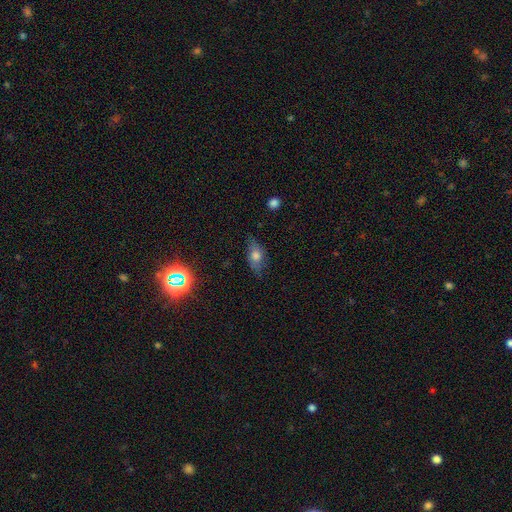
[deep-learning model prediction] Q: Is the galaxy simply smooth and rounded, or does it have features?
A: smooth — 64%.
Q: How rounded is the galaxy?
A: in between — 80%.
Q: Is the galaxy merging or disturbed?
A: none — 73%.